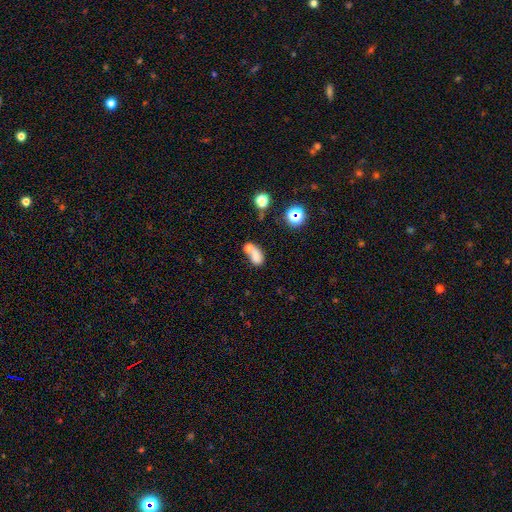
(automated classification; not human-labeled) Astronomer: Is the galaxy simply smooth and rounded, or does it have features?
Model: smooth — 69%.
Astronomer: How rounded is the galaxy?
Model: in between — 73%.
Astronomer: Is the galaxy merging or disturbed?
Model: merger — 54%.